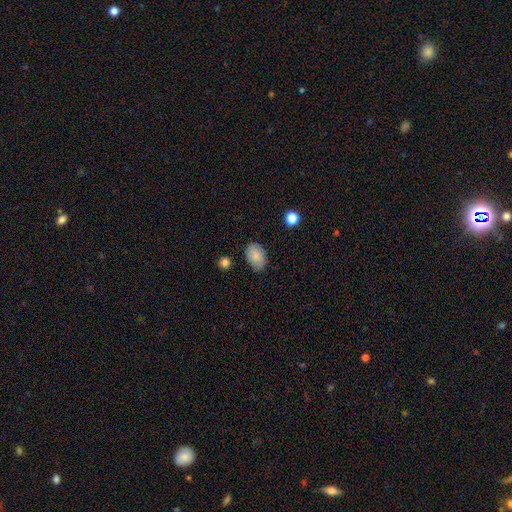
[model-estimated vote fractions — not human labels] Smooth or featured?
  - smooth: 84% *
  - featured or disk: 8%
  - star or artifact: 7%
How rounded?
  - in between: 84% *
  - round: 15%
  - cigar-shaped: 1%
Merging?
  - none: 78% *
  - minor disturbance: 17%
  - major disturbance: 3%
  - merger: 2%